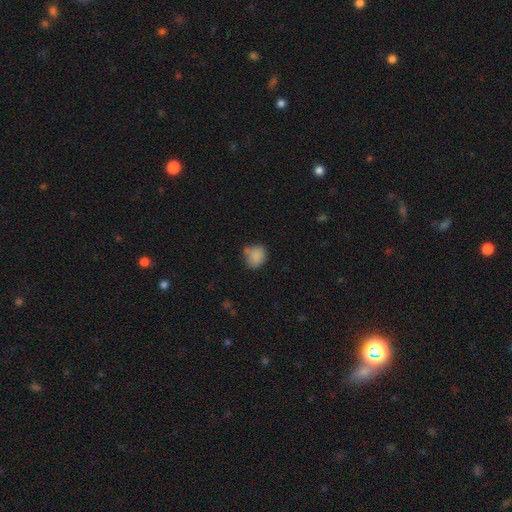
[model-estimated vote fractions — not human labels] smooth-or-featured: smooth: 85% | star or artifact: 9% | featured or disk: 6%
  how-rounded: round: 67% | in between: 32% | cigar-shaped: 1%
  merging: none: 62% | minor disturbance: 23% | merger: 9% | major disturbance: 6%